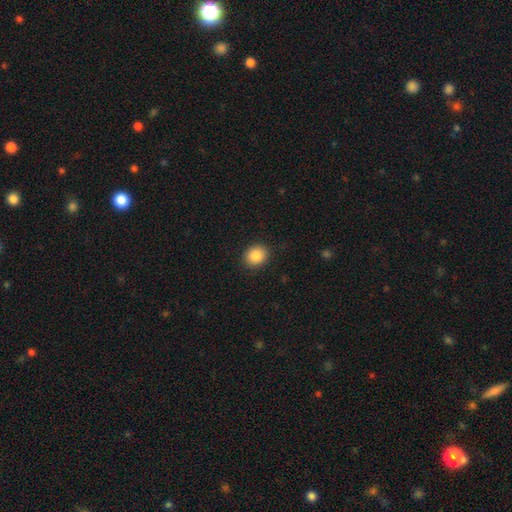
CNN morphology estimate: A smooth galaxy with no disk features (87%) that is round (67%).

Vote fractions:
- Smooth or featured? smooth: 87% / star or artifact: 9% / featured or disk: 4%
- How rounded? round: 67% / in between: 32% / cigar-shaped: 1%
- Merging? none: 90% / minor disturbance: 7% / major disturbance: 2% / merger: 1%